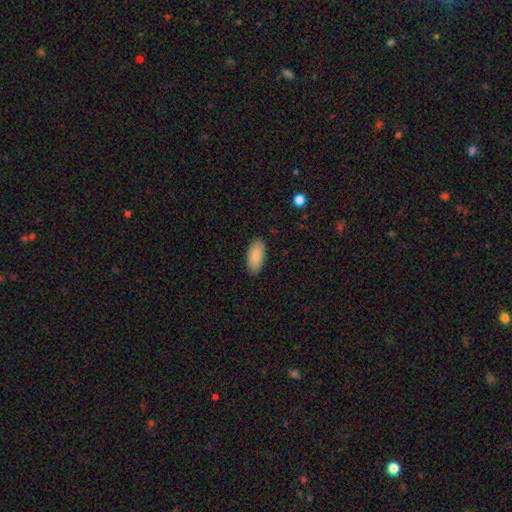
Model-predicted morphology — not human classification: Overall: smooth (88%). How rounded: in between (92%). Merging: none (88%).